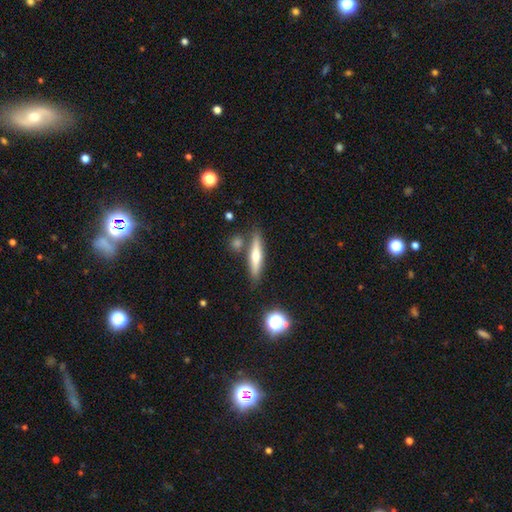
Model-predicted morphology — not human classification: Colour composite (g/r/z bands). It shows a smooth galaxy with no disk features (49%). Merging: none (80%).